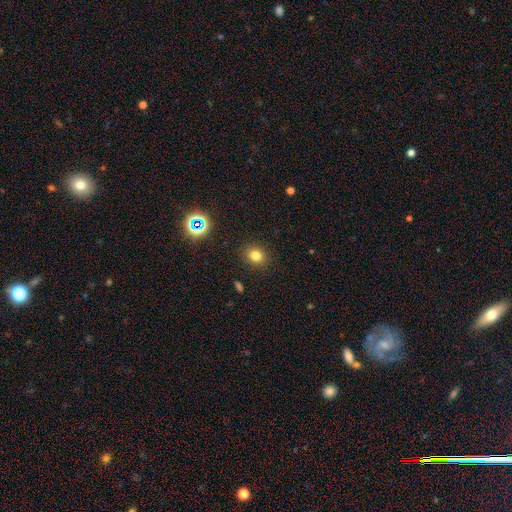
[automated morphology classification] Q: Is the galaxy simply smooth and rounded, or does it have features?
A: smooth — 78%.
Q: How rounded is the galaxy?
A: round — 73%.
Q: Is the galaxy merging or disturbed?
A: none — 88%.